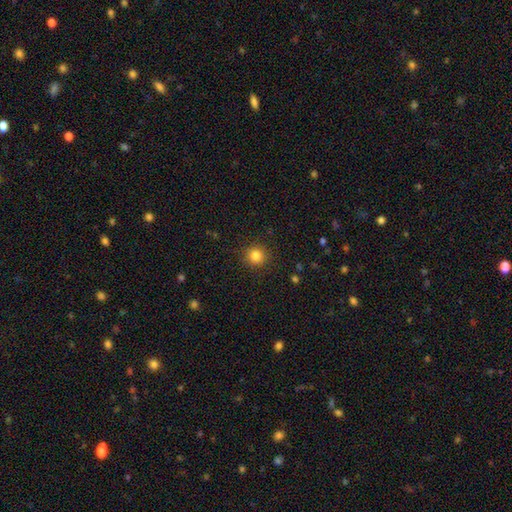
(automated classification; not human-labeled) Smooth or featured?
  - smooth: 84% *
  - star or artifact: 12%
  - featured or disk: 5%
How rounded?
  - round: 91% *
  - in between: 8%
  - cigar-shaped: 1%
Merging?
  - none: 90% *
  - minor disturbance: 7%
  - major disturbance: 2%
  - merger: 1%